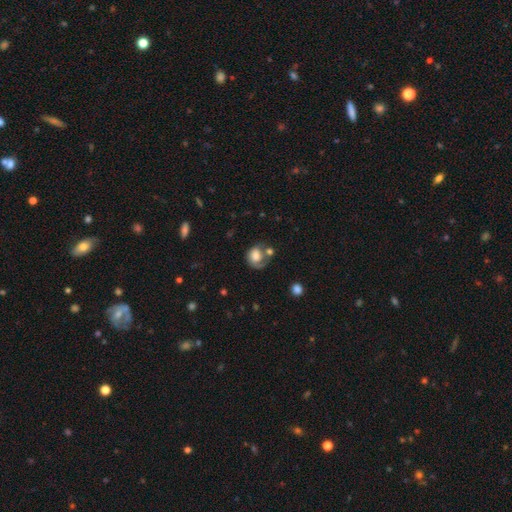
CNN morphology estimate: The model was most divided on "merging": none: 35%, major disturbance: 25%, merger: 20%, minor disturbance: 20%. More confident: how rounded — round (58%); smooth or featured — smooth (57%).